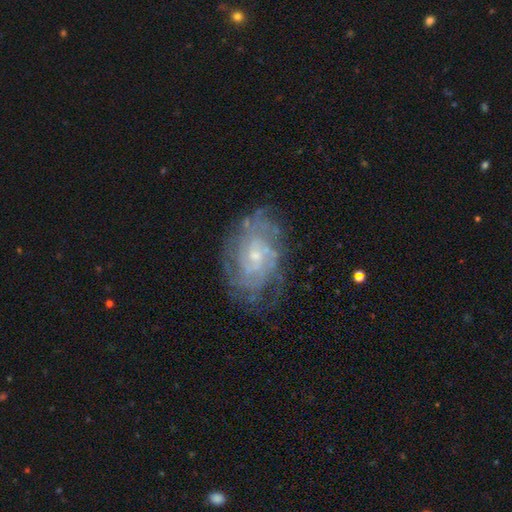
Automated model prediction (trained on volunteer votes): The model was most divided on "spiral arm count": can't tell: 46%, 4: 15%, 2: 13%, 3: 11%, more than 4: 10%, 1: 5%. More confident: edge-on disk — no (96%); spiral arms — yes (92%); smooth or featured — featured or disk (82%); bulge size — small (72%); merging — none (72%); bar — no (68%); spiral winding — tight (67%).